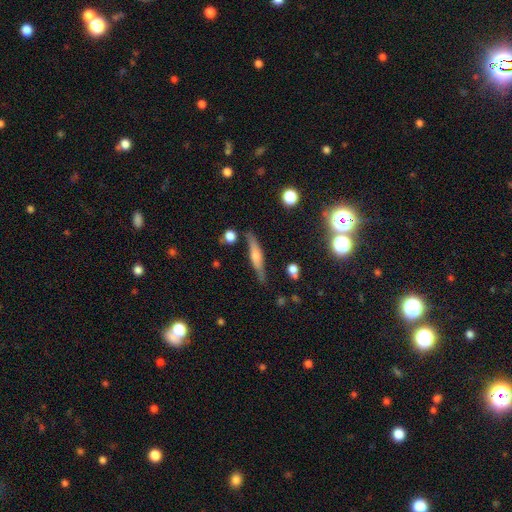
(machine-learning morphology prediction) This appears to be a featured or disk galaxy (57%) viewed edge-on (94%) with a rounded central bulge (77%). Merging: none (81%).